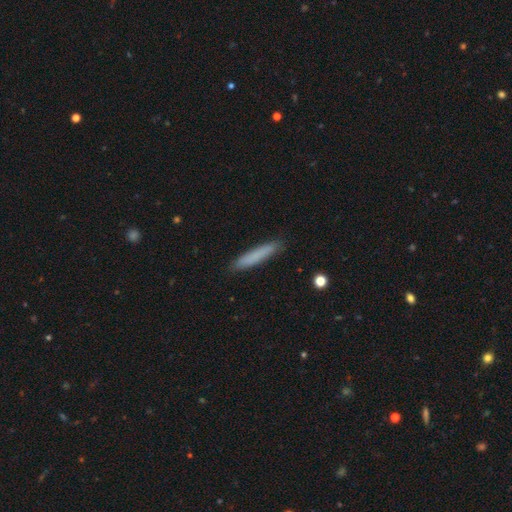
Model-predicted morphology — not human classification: A smooth galaxy with no disk features (78%) that is cigar-shaped (92%).

Vote fractions:
- Smooth or featured? smooth: 78% / featured or disk: 15% / star or artifact: 7%
- How rounded? cigar-shaped: 92% / in between: 7% / round: 1%
- Merging? none: 89% / minor disturbance: 9% / major disturbance: 2% / merger: 1%